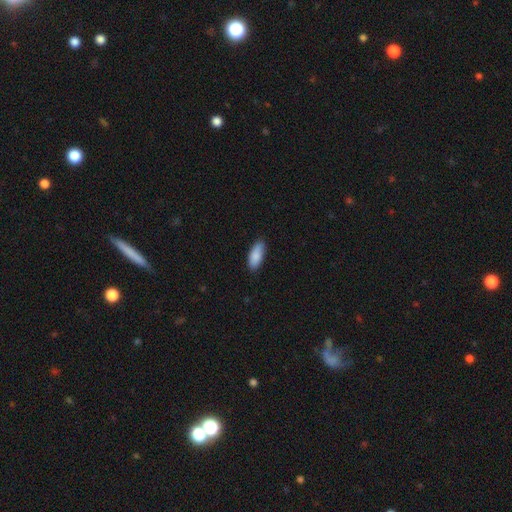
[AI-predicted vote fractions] A smooth galaxy with no disk features (88%) that is in between round and cigar-shaped (82%).

Vote fractions:
- Smooth or featured? smooth: 88% / featured or disk: 6% / star or artifact: 6%
- How rounded? in between: 82% / cigar-shaped: 16% / round: 2%
- Merging? none: 86% / minor disturbance: 11% / major disturbance: 2% / merger: 1%